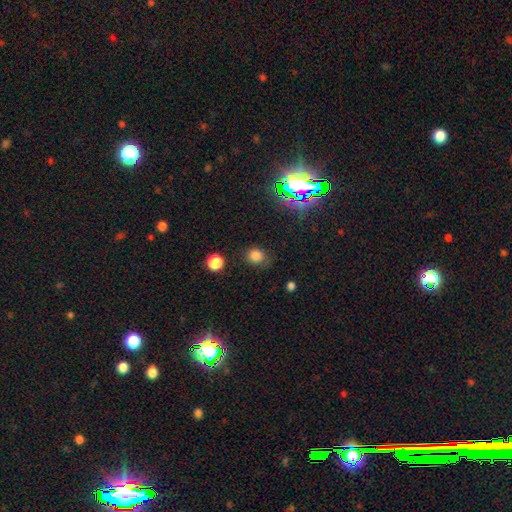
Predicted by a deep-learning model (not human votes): smooth-or-featured: smooth: 77% | star or artifact: 18% | featured or disk: 6%
  how-rounded: round: 70% | in between: 29% | cigar-shaped: 1%
  merging: none: 77% | minor disturbance: 15% | major disturbance: 5% | merger: 2%